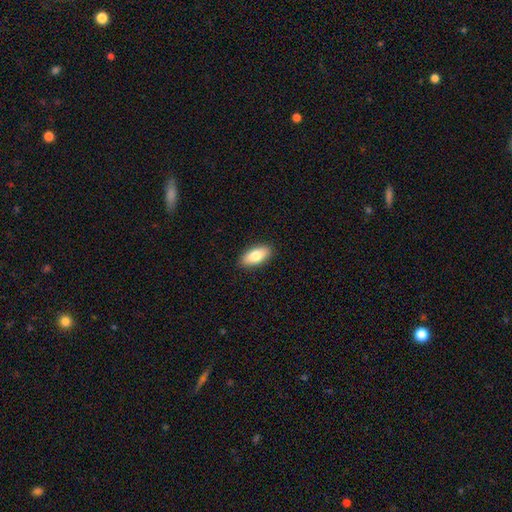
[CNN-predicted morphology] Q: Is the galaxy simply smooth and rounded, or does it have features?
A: smooth — 79%.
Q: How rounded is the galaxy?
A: in between — 89%.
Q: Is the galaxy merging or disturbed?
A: none — 90%.